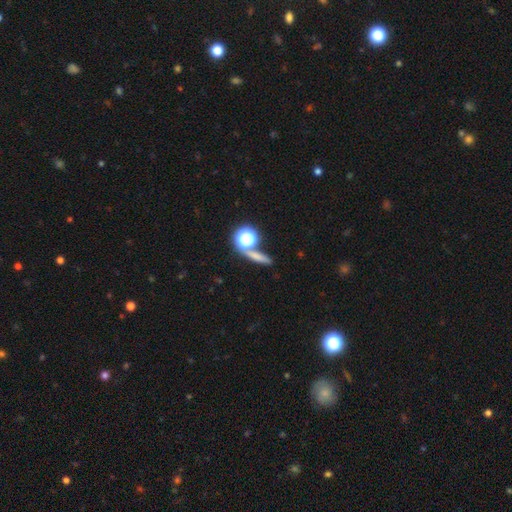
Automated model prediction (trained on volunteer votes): Q: Smooth or featured?
A: smooth (62%); runner-up: star or artifact (23%)
Q: How rounded?
A: cigar-shaped (50%); runner-up: round (34%)
Q: Merging?
A: none (69%); runner-up: merger (16%)